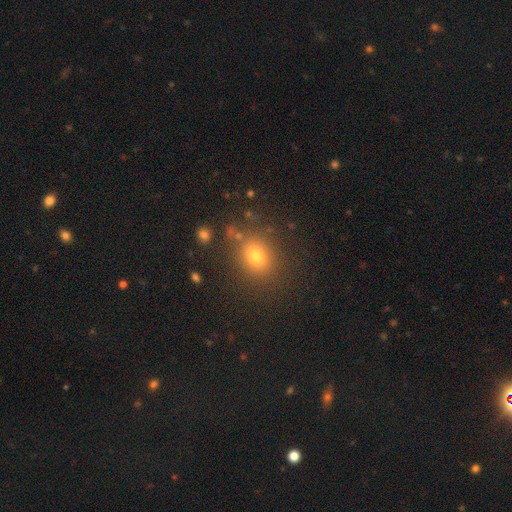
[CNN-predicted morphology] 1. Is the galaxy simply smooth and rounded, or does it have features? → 76% smooth, 16% star or artifact, 9% featured or disk.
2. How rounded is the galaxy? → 59% round, 39% in between, 1% cigar-shaped.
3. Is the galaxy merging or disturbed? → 82% none, 10% minor disturbance, 4% major disturbance, 4% merger.